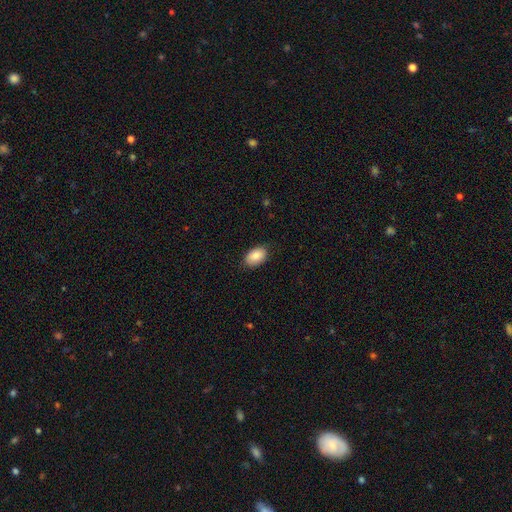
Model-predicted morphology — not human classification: Smooth or featured? Predicted: smooth (p=0.86). How rounded? Predicted: in between (p=0.91). Merging? Predicted: none (p=0.84).